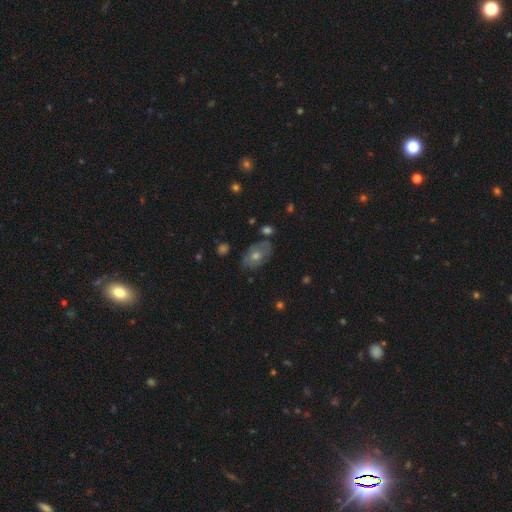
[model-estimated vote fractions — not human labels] Q: Smooth or featured?
A: featured or disk (46%); runner-up: smooth (38%)
Q: Merging?
A: none (72%); runner-up: minor disturbance (18%)